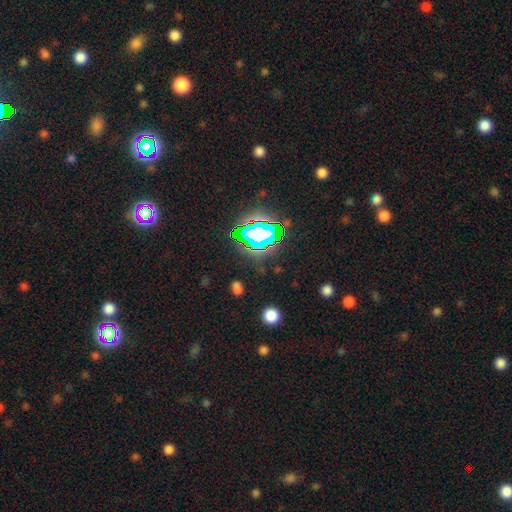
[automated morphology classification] Smooth or featured: star or artifact — 79% (smooth — 13%)